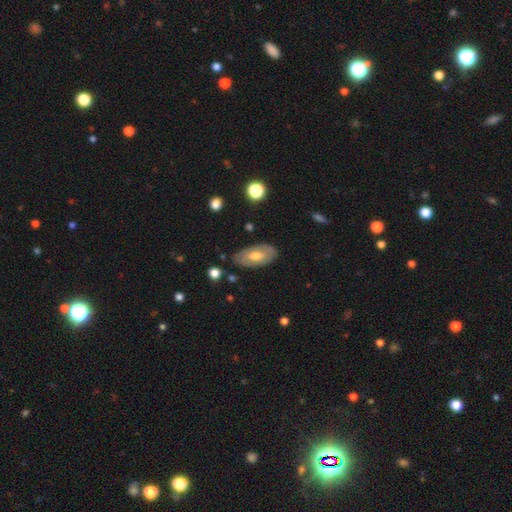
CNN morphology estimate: smooth_or_featured: featured or disk (p=0.47) [tied with: smooth p=0.47]
merging: none (p=0.78) [alt: minor disturbance p=0.16]